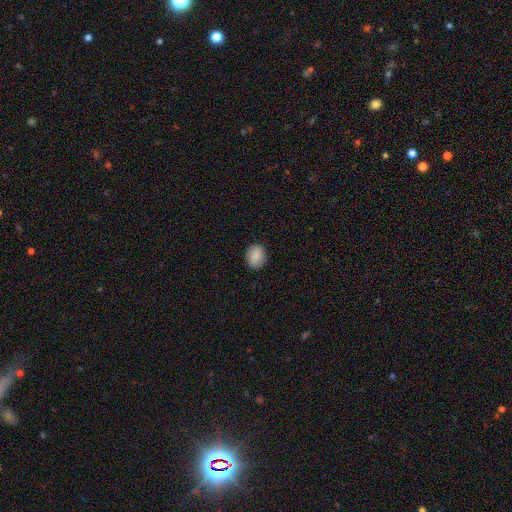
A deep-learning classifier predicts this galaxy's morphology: This appears to be a smooth galaxy with no disk features (84%) that is round (50%). Merging: none (88%).